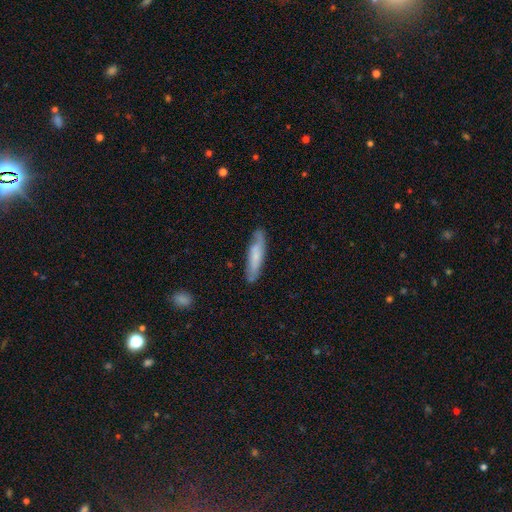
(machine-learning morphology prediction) Overall: smooth (64%; featured or disk 30%). How rounded: cigar-shaped (81%). Merging: none (80%).